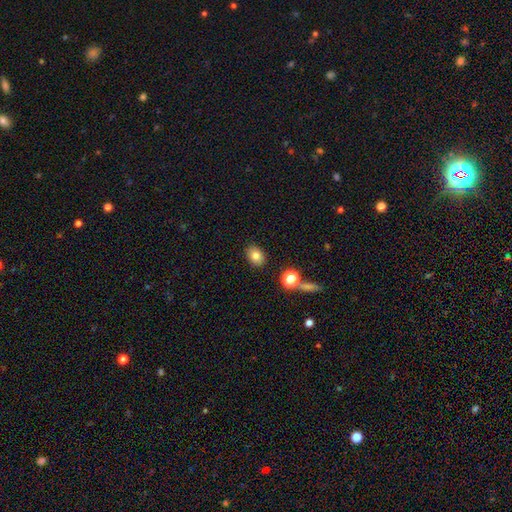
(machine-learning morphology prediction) Overall: smooth (80%). How rounded: in between (67%; round 32%). Merging: none (86%).